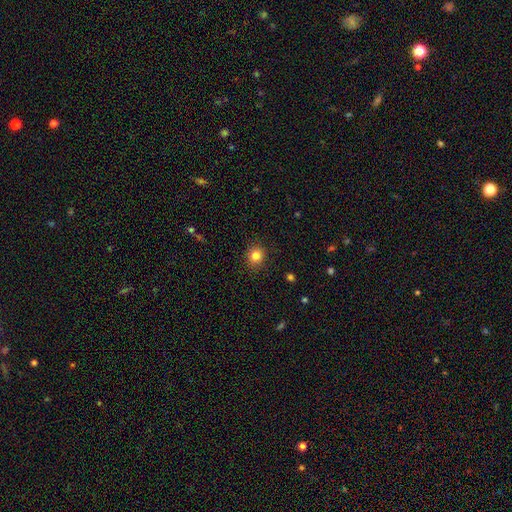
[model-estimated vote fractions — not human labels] Smooth or featured? Predicted: smooth (p=0.83). How rounded? Predicted: round (p=0.81). Merging? Predicted: none (p=0.90).